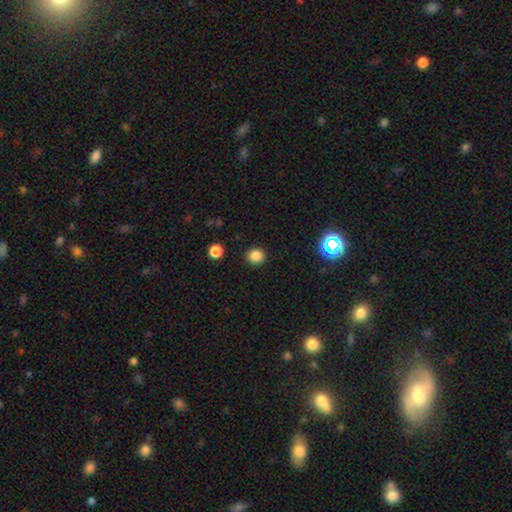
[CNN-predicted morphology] A smooth galaxy with no disk features (84%) that is round (87%).

Vote fractions:
- Smooth or featured? smooth: 84% / star or artifact: 12% / featured or disk: 3%
- How rounded? round: 87% / in between: 12% / cigar-shaped: 1%
- Merging? none: 90% / minor disturbance: 6% / major disturbance: 2% / merger: 1%